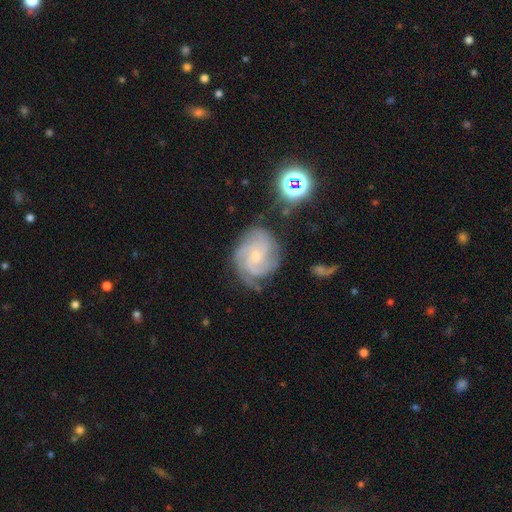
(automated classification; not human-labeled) This appears to be a featured or disk galaxy (83%) with no bar (69%), 3 (40%) tight (59%) spiral arms (97%) and a small central bulge (70%). Merging: none (66%).